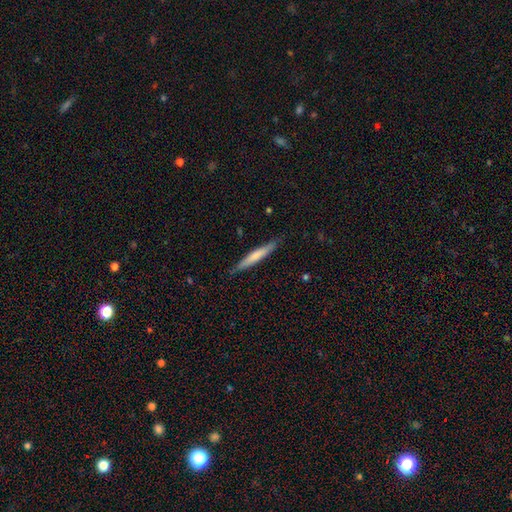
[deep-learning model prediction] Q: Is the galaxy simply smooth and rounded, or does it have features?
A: smooth — 62%.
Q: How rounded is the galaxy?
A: cigar-shaped — 94%.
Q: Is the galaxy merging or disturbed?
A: none — 86%.